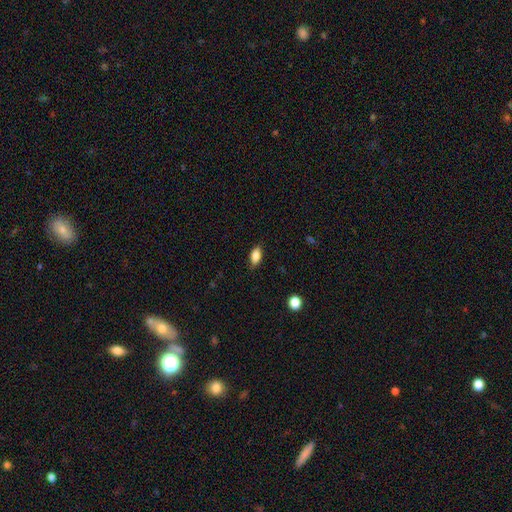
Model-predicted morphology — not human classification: A smooth galaxy with no disk features (82%) that is in between round and cigar-shaped (87%).

Vote fractions:
- Smooth or featured? smooth: 82% / featured or disk: 10% / star or artifact: 8%
- How rounded? in between: 87% / cigar-shaped: 8% / round: 5%
- Merging? none: 83% / minor disturbance: 13% / major disturbance: 3% / merger: 1%